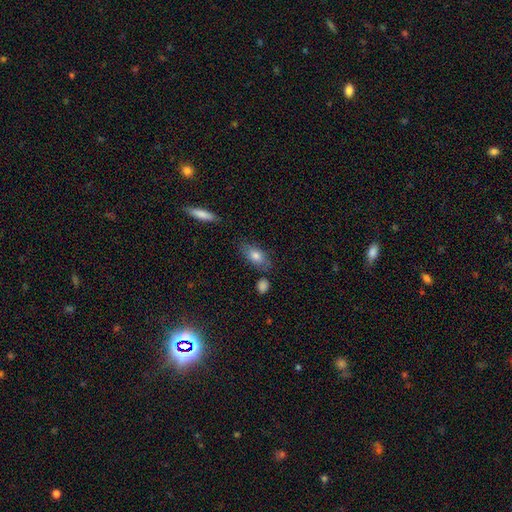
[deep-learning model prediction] A smooth galaxy with no disk features (77%) that is in between round and cigar-shaped (85%). Merging: none (71%).